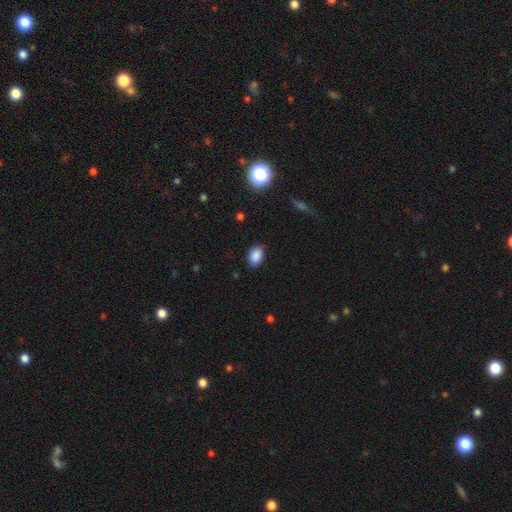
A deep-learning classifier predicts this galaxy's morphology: This appears to be a smooth galaxy with no disk features (88%) that is in between round and cigar-shaped (84%). Merging: none (82%).